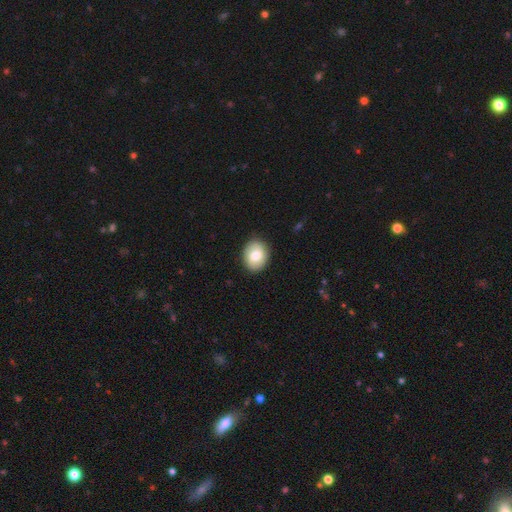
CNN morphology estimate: Smooth or featured?
  - smooth: 73% *
  - featured or disk: 20%
  - star or artifact: 7%
How rounded?
  - in between: 57% *
  - round: 42%
  - cigar-shaped: 1%
Merging?
  - none: 88% *
  - minor disturbance: 9%
  - major disturbance: 2%
  - merger: 1%